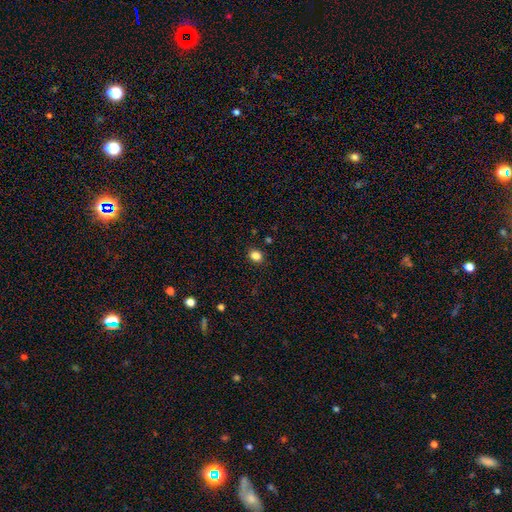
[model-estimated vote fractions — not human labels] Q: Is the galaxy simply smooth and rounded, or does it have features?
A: smooth — 84%.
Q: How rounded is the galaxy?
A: round — 56%.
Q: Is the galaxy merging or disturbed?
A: none — 89%.